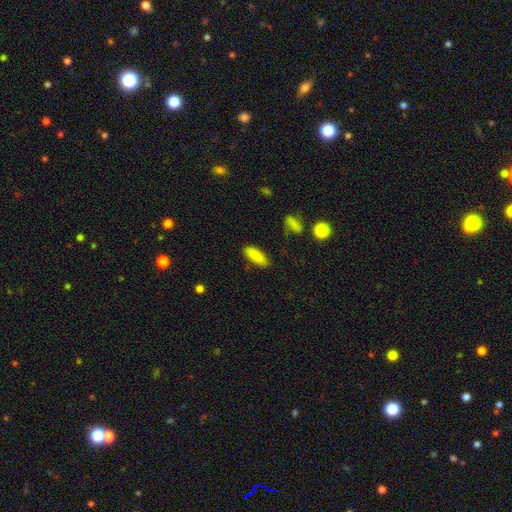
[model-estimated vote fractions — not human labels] A smooth galaxy with no disk features (87%) that is in between round and cigar-shaped (63%). Merging: none (85%).